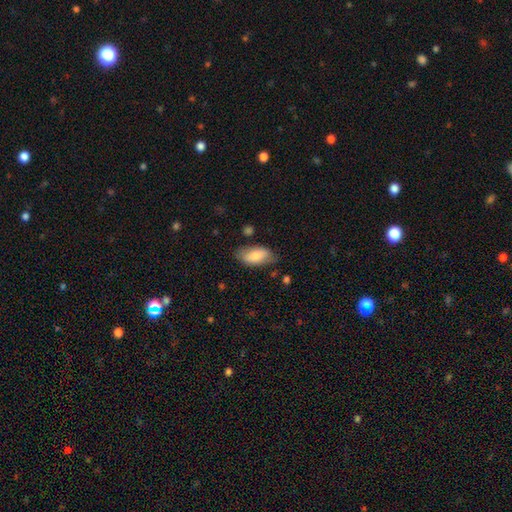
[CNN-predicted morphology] type=smooth (80%); roundness=in between (92%); merging=none (68%).